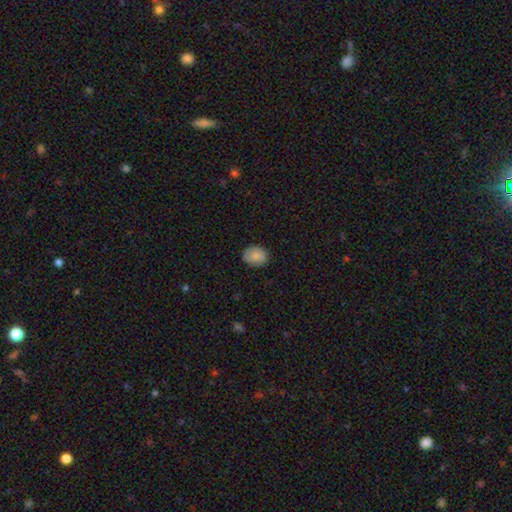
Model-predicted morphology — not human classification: This is clearly a smooth galaxy (86%). How rounded: possibly round (56%). Merging: clearly none (86%).